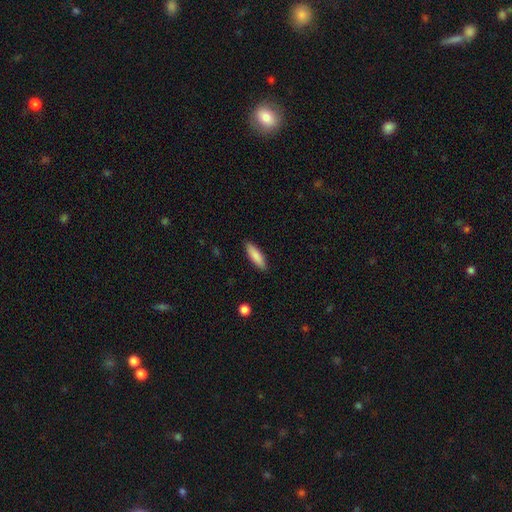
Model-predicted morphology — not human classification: smooth-or-featured: smooth: 86% | featured or disk: 8% | star or artifact: 6%
  how-rounded: cigar-shaped: 57% | in between: 42% | round: 2%
  merging: none: 89% | minor disturbance: 8% | major disturbance: 2% | merger: 1%